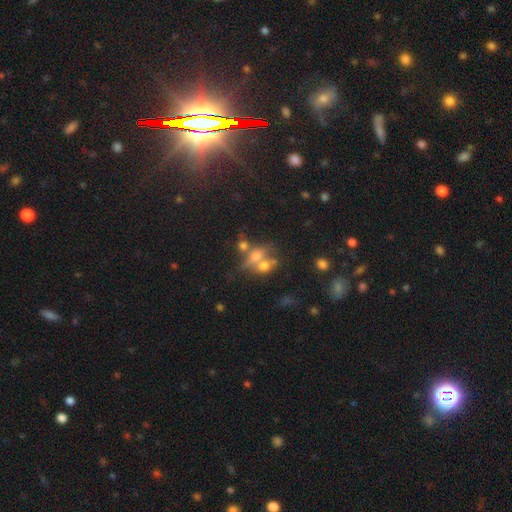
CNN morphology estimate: Smooth or featured? smooth (51%)
How rounded? in between (55%)
Merging? merger (49%)